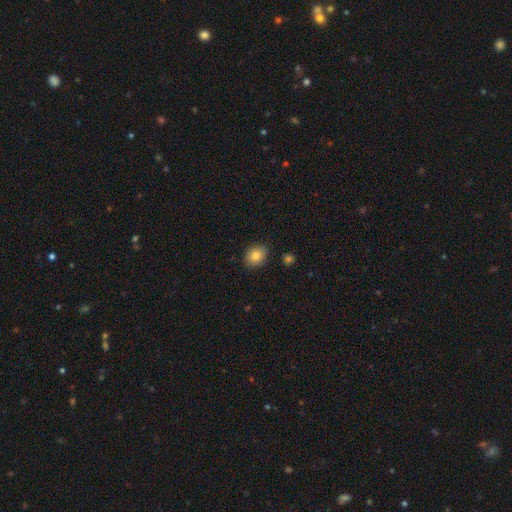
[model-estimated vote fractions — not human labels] A smooth galaxy with no disk features (82%) that is round (58%). Merging: none (87%).